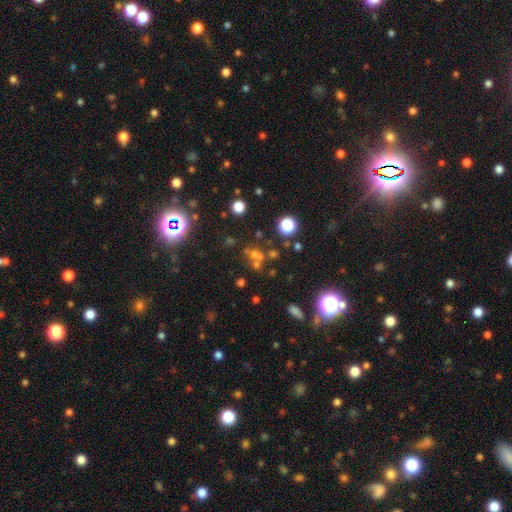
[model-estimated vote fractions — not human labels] Smooth or featured? smooth (46%)
Merging? none (46%)